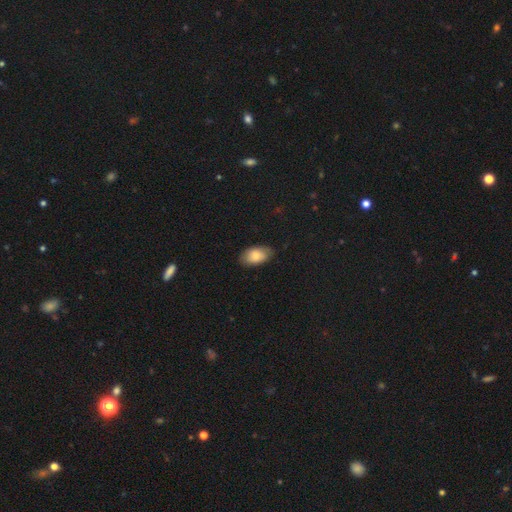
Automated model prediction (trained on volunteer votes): Overall: smooth (78%). How rounded: in between (93%). Merging: none (79%).